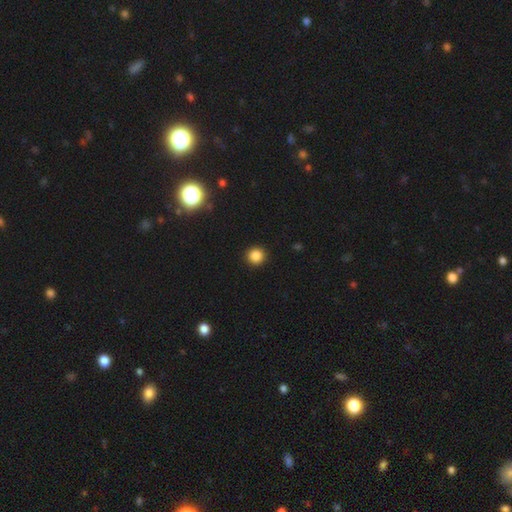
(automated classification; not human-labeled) smooth 85%, star or artifact 12%, featured or disk 4%. Down the decision tree: how rounded — round (94%); merging — none (92%).